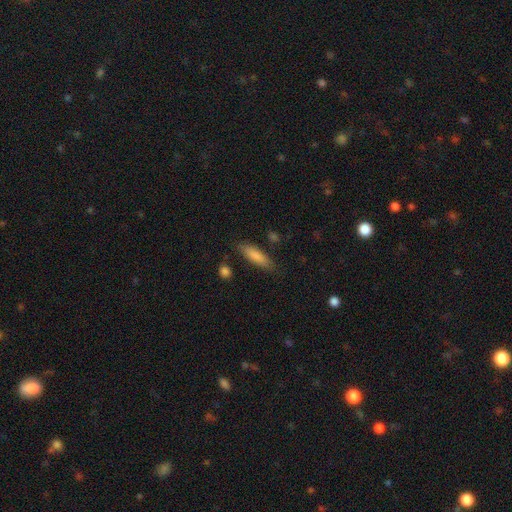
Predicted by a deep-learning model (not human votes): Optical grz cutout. It shows a smooth galaxy with no disk features (83%) that is cigar-shaped (63%). Merging: none (82%).